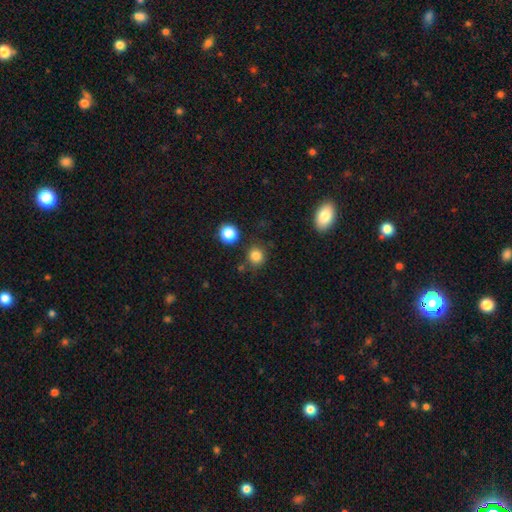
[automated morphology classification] The model was most divided on "smooth or featured": smooth: 83%, star or artifact: 13%, featured or disk: 4%. More confident: how rounded — round (88%); merging — none (82%).